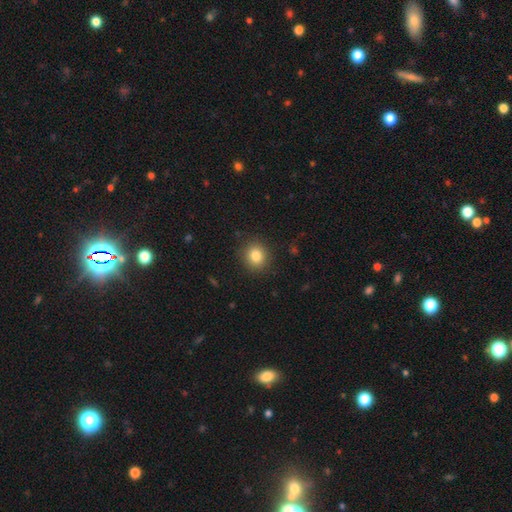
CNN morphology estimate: Q: Smooth or featured?
A: smooth (83%); runner-up: star or artifact (11%)
Q: How rounded?
A: round (86%); runner-up: in between (13%)
Q: Merging?
A: none (89%); runner-up: minor disturbance (7%)